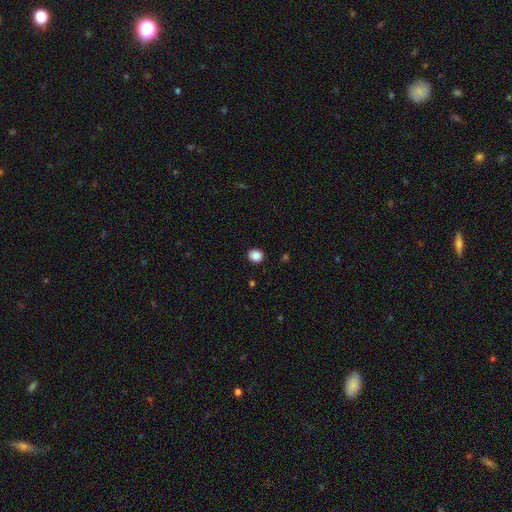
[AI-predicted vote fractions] A smooth galaxy with no disk features (87%) that is round (85%). Merging: none (92%).